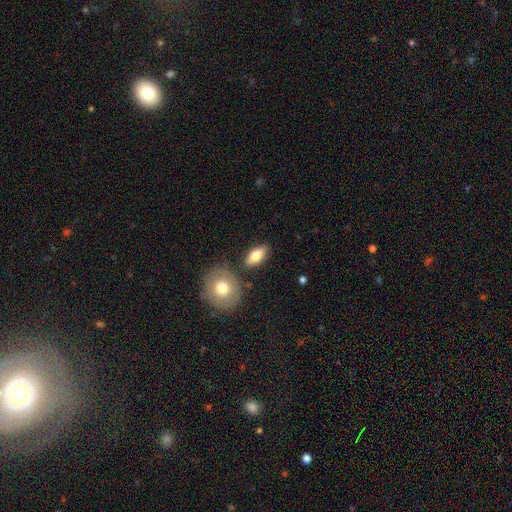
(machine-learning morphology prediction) This appears to be a smooth galaxy with no disk features (75%) that is in between round and cigar-shaped (82%). Merging: none (80%).